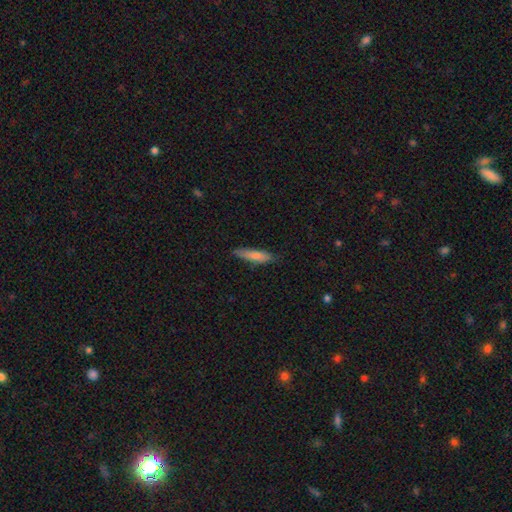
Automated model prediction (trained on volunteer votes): Overall: smooth (77%). How rounded: cigar-shaped (79%). Merging: none (81%).